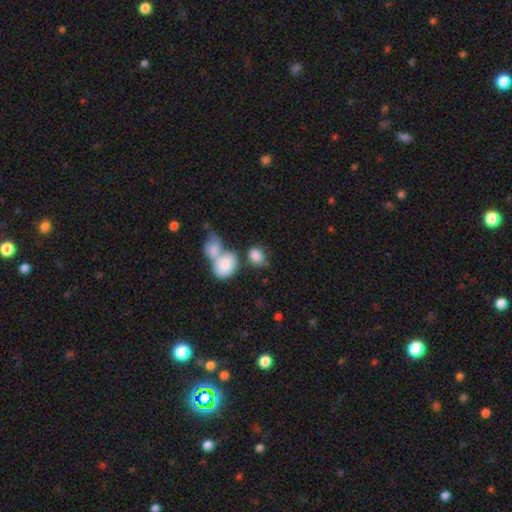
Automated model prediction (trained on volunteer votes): Smooth or featured?
  - smooth: 83% *
  - featured or disk: 9%
  - star or artifact: 8%
How rounded?
  - in between: 71% *
  - round: 28%
  - cigar-shaped: 2%
Merging?
  - merger: 46% *
  - none: 33%
  - minor disturbance: 13%
  - major disturbance: 7%